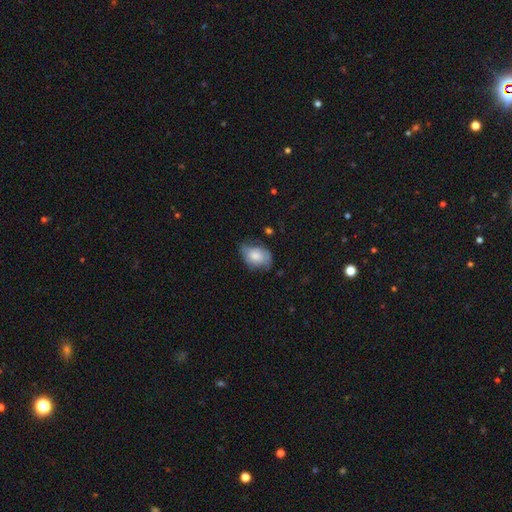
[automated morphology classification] Smooth or featured? Predicted: smooth (p=0.67). How rounded? Predicted: in between (p=0.79). Merging? Predicted: none (p=0.50).